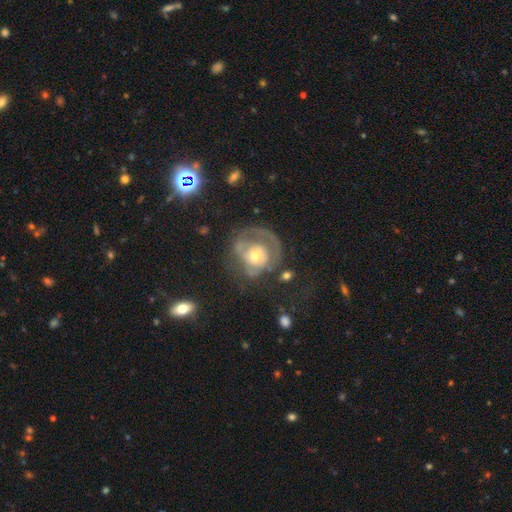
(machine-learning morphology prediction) The model was most divided on "merging": none: 40%, major disturbance: 35%, minor disturbance: 20%, merger: 5%. More confident: edge-on disk — no (97%); bar — no (78%); smooth or featured — featured or disk (63%); bulge size — moderate (60%); spiral arms — yes (55%).